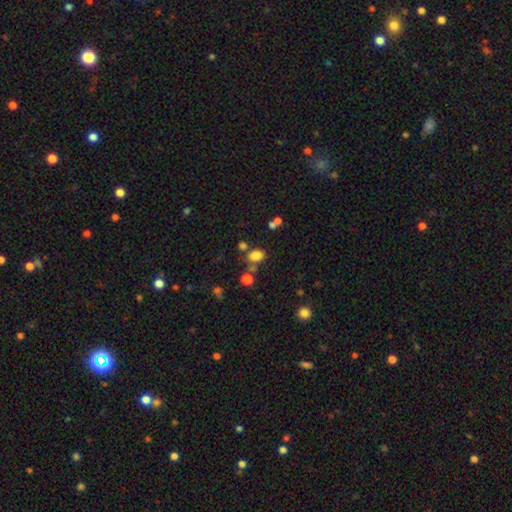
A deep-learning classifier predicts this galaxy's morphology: A smooth galaxy with no disk features (79%) that is in between round and cigar-shaped (79%). Merging: none (62%).